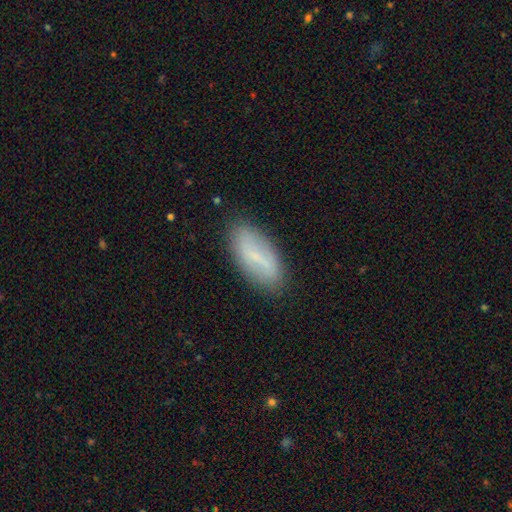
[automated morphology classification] Smooth or featured?
  - smooth: 54% *
  - featured or disk: 38%
  - star or artifact: 8%
How rounded?
  - in between: 83% *
  - cigar-shaped: 14%
  - round: 3%
Merging?
  - none: 83% *
  - minor disturbance: 12%
  - major disturbance: 3%
  - merger: 2%